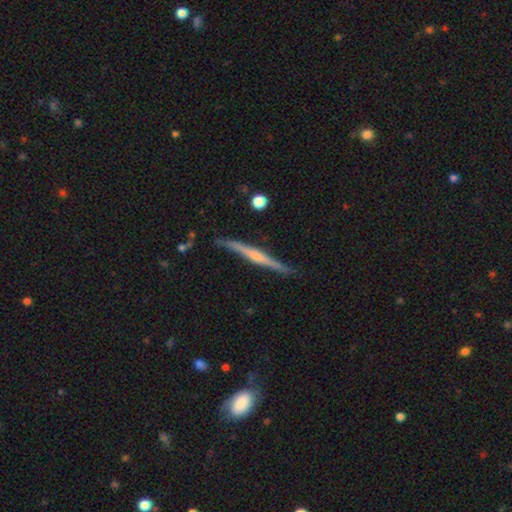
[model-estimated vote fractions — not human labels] A featured or disk galaxy (70%) viewed edge-on (98%) with a rounded central bulge (61%).

Vote fractions:
- Smooth or featured? featured or disk: 70% / smooth: 24% / star or artifact: 6%
- Edge-on disk? yes: 98% / no: 2%
- Edge-on bulge? rounded: 61% / none: 27% / boxy: 12%
- Merging? none: 84% / minor disturbance: 12% / major disturbance: 2% / merger: 2%